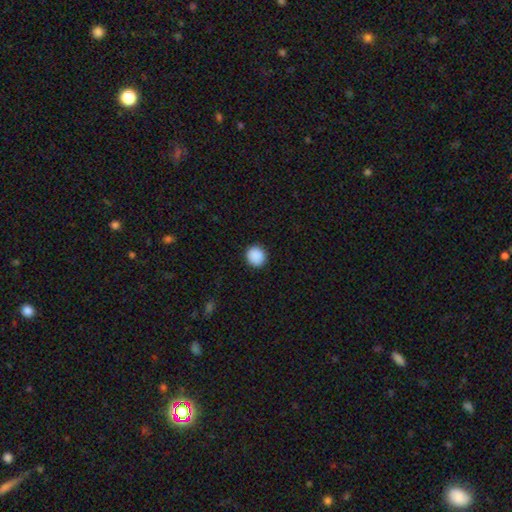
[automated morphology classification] type=smooth (90%); roundness=round (89%); merging=none (91%).